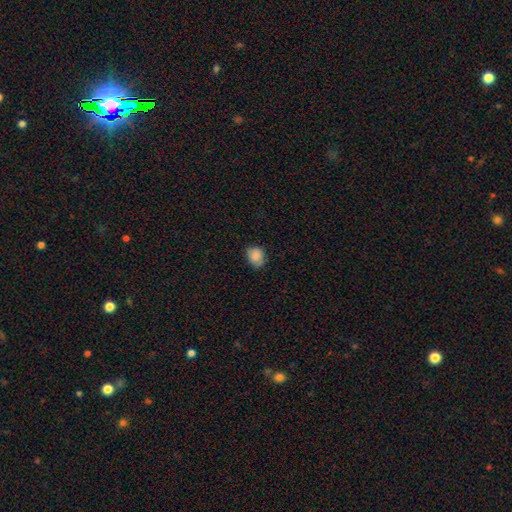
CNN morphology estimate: Smooth or featured? smooth (86%)
How rounded? round (56%)
Merging? none (77%)